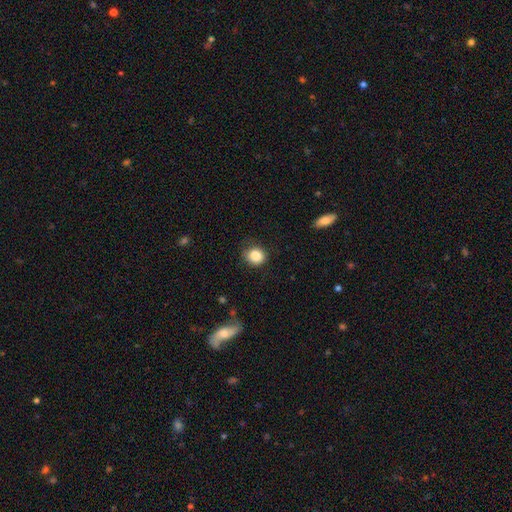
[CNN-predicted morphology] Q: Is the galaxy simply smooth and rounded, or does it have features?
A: smooth — 86%.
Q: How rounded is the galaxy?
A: round — 74%.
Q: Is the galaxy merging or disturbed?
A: none — 79%.